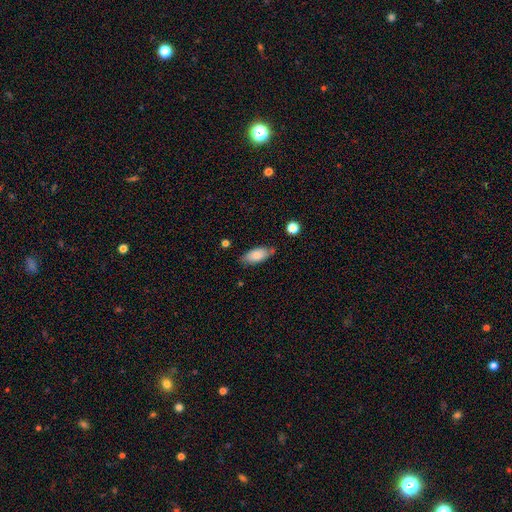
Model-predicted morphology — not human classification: This is clearly a smooth galaxy (81%). How rounded: clearly in between (86%). Merging: likely none (72%).